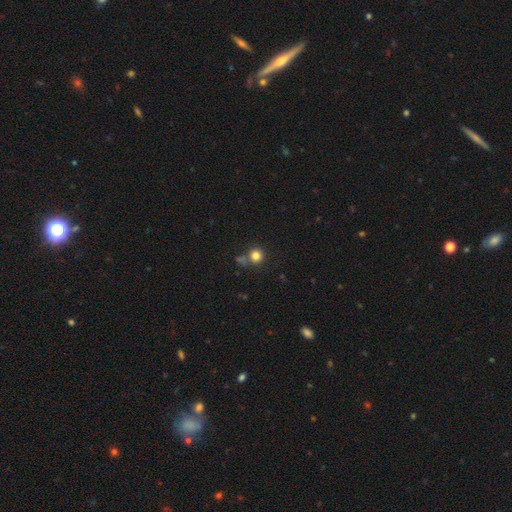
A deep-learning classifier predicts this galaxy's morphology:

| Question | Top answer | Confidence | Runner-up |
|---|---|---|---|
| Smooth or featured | smooth | 81% | star or artifact (13%) |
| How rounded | round | 92% | in between (7%) |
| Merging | none | 72% | merger (13%) |